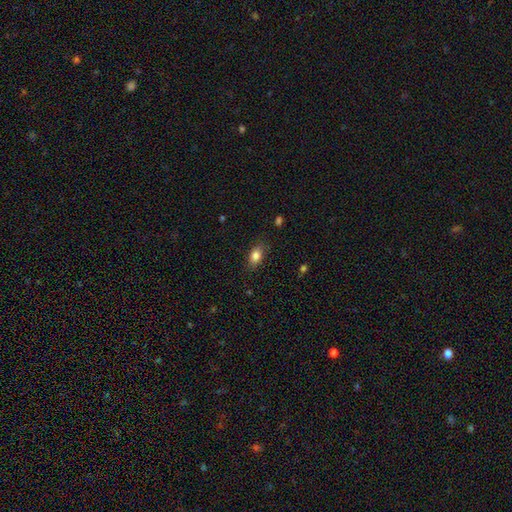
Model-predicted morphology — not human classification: Smooth or featured? Predicted: smooth (p=0.83). How rounded? Predicted: in between (p=0.83). Merging? Predicted: none (p=0.81).